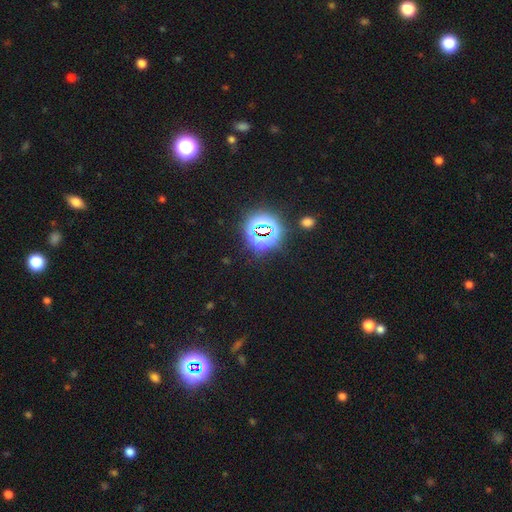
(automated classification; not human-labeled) This appears to be a star or artifact, not a galaxy (79%).